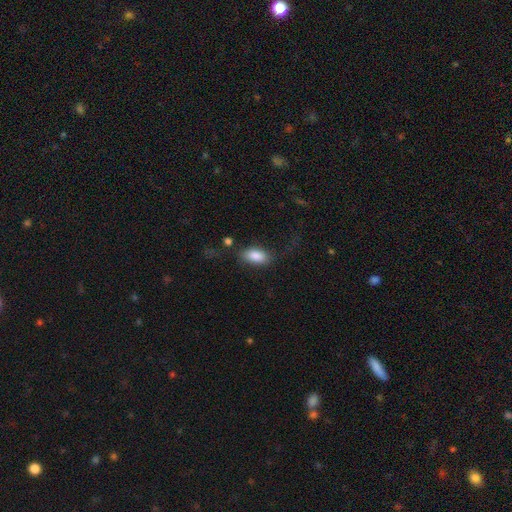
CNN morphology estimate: The model was most divided on "merging": none: 65%, minor disturbance: 17%, major disturbance: 13%, merger: 5%. More confident: how rounded — in between (92%); smooth or featured — smooth (85%).